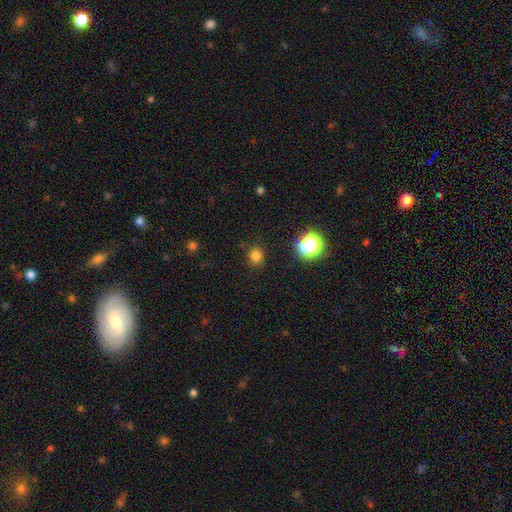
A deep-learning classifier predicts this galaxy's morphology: This is likely a smooth galaxy (78%). How rounded: likely round (76%). Merging: clearly none (87%).